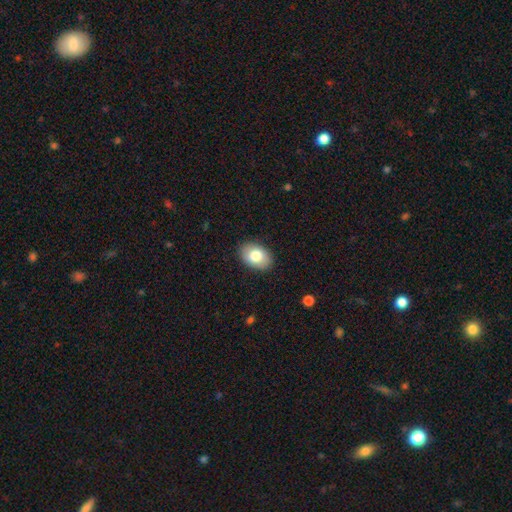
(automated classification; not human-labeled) Smooth or featured? smooth (80%)
How rounded? in between (86%)
Merging? none (88%)